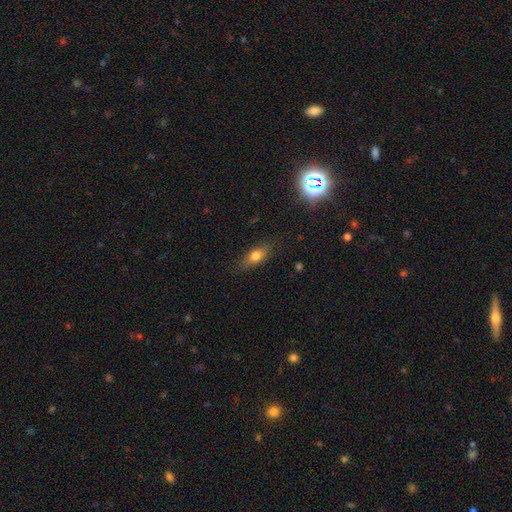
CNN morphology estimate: Smooth or featured?
  - smooth: 69% *
  - featured or disk: 22%
  - star or artifact: 10%
How rounded?
  - in between: 68% *
  - cigar-shaped: 25%
  - round: 7%
Merging?
  - none: 82% *
  - minor disturbance: 13%
  - major disturbance: 3%
  - merger: 1%